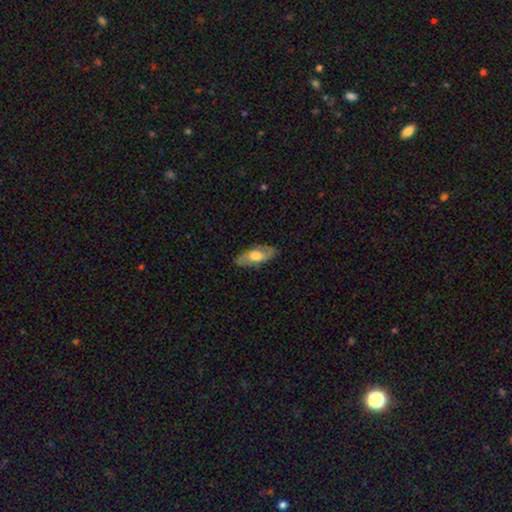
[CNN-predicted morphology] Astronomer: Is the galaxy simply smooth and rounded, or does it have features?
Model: featured or disk — 51% (runner-up: smooth, 43%).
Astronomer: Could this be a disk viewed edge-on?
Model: no — 78%.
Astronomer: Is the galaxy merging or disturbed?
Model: none — 84%.